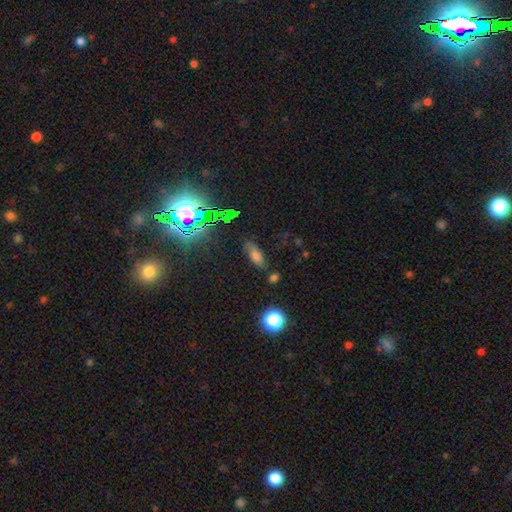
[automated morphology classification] smooth 66%, star or artifact 20%, featured or disk 13%. Down the decision tree: how rounded — in between (71%); merging — none (71%).